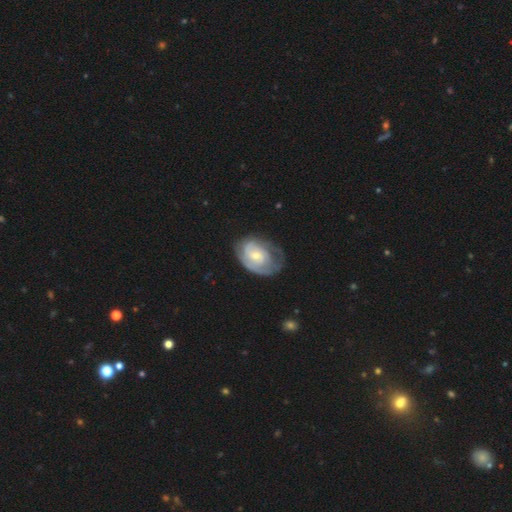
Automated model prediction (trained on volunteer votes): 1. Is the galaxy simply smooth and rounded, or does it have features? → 69% featured or disk, 26% smooth, 5% star or artifact.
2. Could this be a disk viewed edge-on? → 96% no, 4% yes.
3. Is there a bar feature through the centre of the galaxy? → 70% no, 26% weak, 4% strong.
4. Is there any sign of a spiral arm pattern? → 80% yes, 20% no.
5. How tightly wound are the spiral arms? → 60% tight, 29% medium, 11% loose.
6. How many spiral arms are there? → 44% can't tell, 30% 2, 11% 1, 9% 3, 3% 4, 2% more than 4.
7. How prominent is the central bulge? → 58% small, 37% moderate, 2% large, 2% none, 1% dominant.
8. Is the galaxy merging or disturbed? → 50% none, 28% minor disturbance, 20% major disturbance, 2% merger.